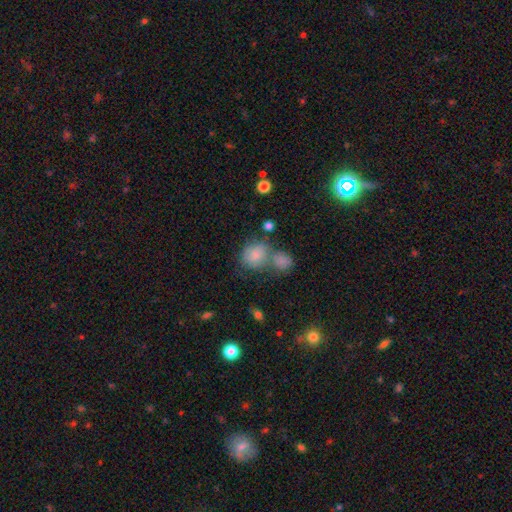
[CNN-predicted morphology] This appears to be a smooth galaxy with no disk features (70%) that is round (68%). Merging: none (46%).